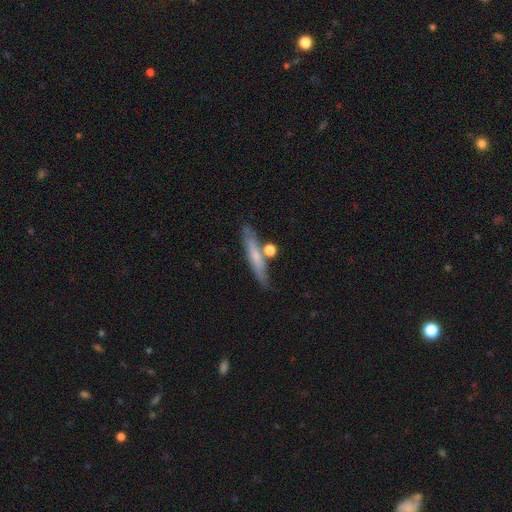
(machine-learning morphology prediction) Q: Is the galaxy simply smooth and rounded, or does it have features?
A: smooth — 55%.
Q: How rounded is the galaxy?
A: cigar-shaped — 87%.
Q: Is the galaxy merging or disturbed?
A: none — 71%.